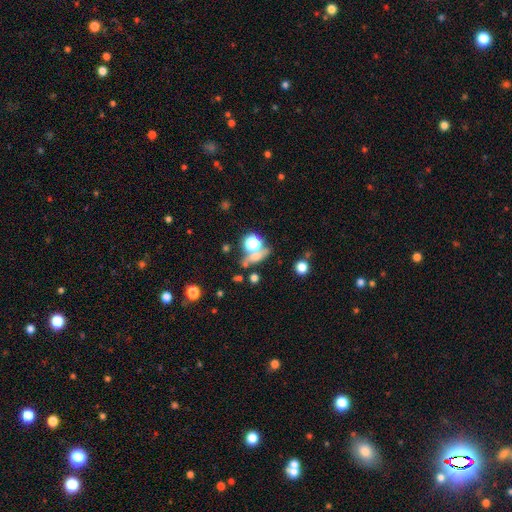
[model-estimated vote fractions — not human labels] Smooth or featured? Predicted: smooth (p=0.55). How rounded? Predicted: round (p=0.46). Merging? Predicted: none (p=0.53).